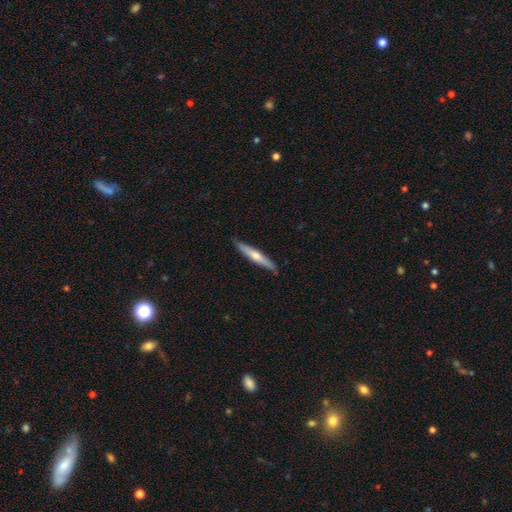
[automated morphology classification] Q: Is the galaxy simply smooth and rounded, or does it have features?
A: featured or disk — 50%.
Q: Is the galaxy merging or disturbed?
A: none — 85%.